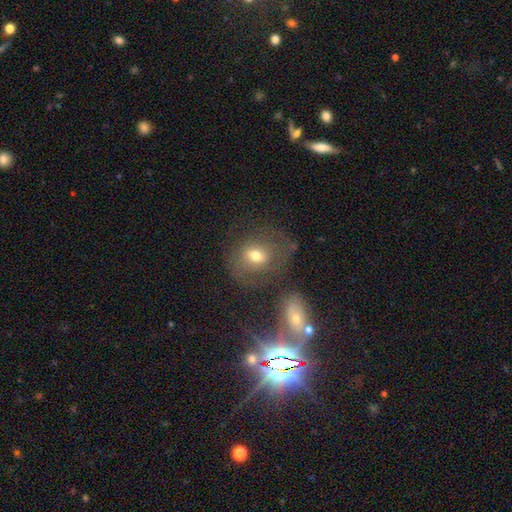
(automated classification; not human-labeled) This is possibly a smooth galaxy (52%). How rounded: possibly round (58%). Merging: possibly none (52%).